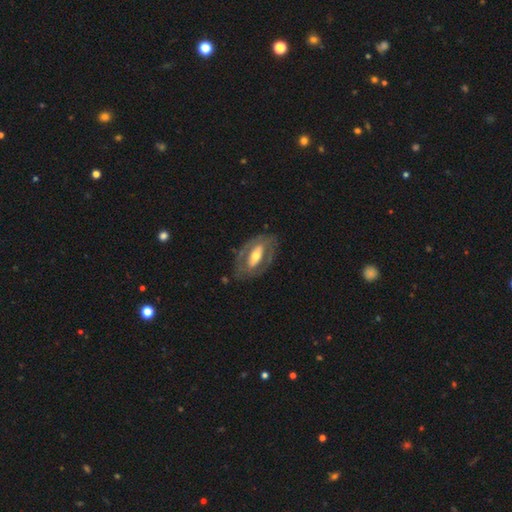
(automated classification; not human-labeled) featured or disk 68%, smooth 28%, star or artifact 5%. Down the decision tree: edge-on disk — no (88%); bar — no (40%); spiral arms — no (64%); bulge size — moderate (62%); merging — none (73%).